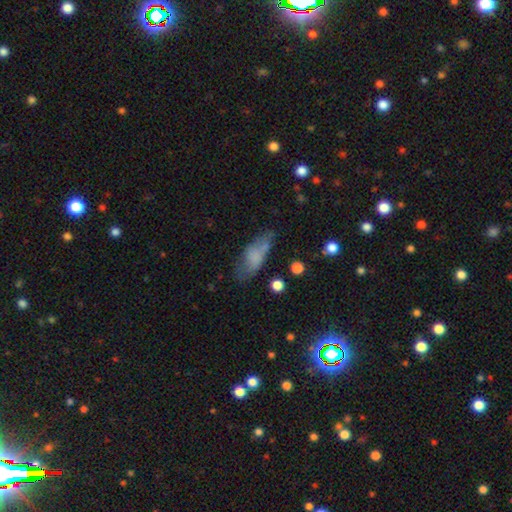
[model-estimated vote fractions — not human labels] smooth_or_featured: smooth (p=0.68) [alt: featured or disk p=0.22]
how_rounded: in between (p=0.76) [alt: cigar-shaped p=0.20]
merging: none (p=0.48) [alt: minor disturbance p=0.29]